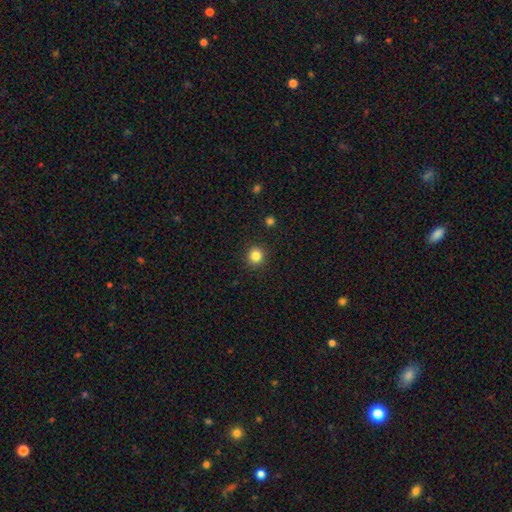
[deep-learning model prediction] smooth 84%, star or artifact 11%, featured or disk 4%. Down the decision tree: how rounded — round (93%); merging — none (92%).